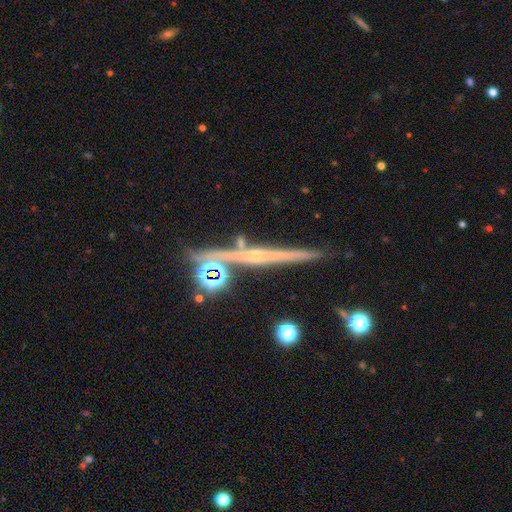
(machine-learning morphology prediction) A featured or disk galaxy (66%) viewed edge-on (96%) with a rounded central bulge (53%).

Vote fractions:
- Smooth or featured? featured or disk: 66% / star or artifact: 18% / smooth: 16%
- Edge-on disk? yes: 96% / no: 4%
- Edge-on bulge? rounded: 53% / none: 39% / boxy: 8%
- Merging? none: 80% / minor disturbance: 9% / merger: 8% / major disturbance: 3%